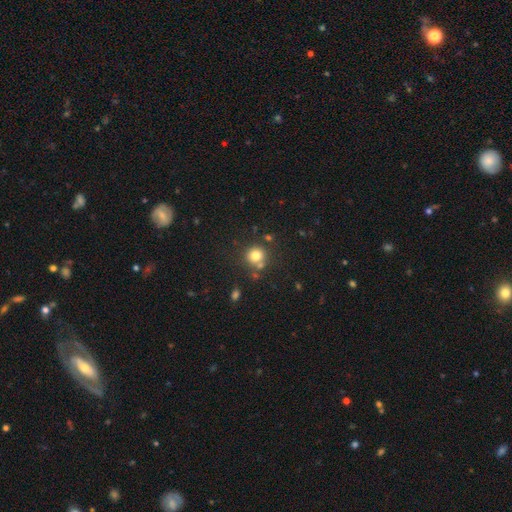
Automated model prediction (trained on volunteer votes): smooth_or_featured: smooth (p=0.78) [alt: star or artifact p=0.13]
how_rounded: round (p=0.91) [alt: in between p=0.08]
merging: none (p=0.71) [alt: merger p=0.15]